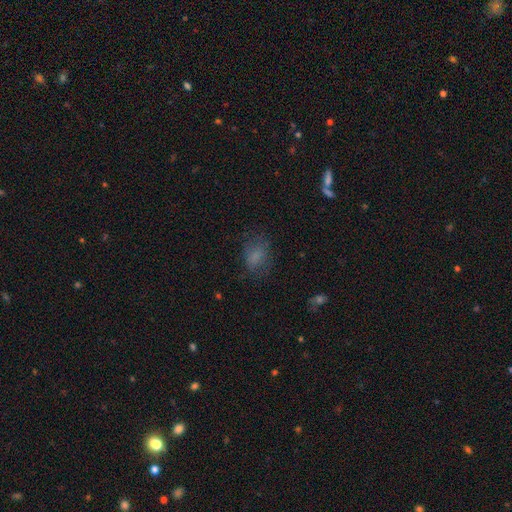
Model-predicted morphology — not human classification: smooth 72%, star or artifact 15%, featured or disk 13%. Down the decision tree: how rounded — in between (72%); merging — none (65%).